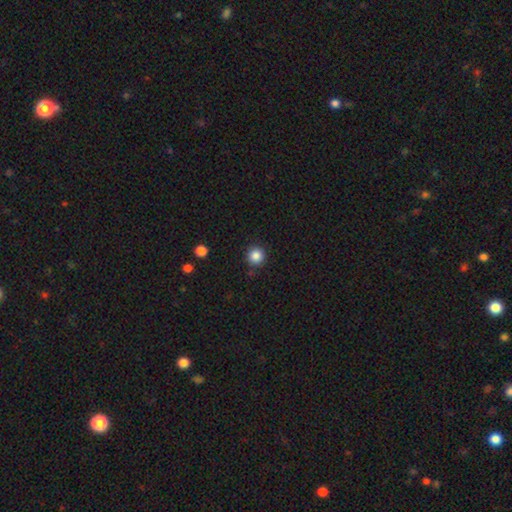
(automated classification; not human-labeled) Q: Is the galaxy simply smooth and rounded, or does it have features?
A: smooth — 86%.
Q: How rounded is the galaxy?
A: round — 95%.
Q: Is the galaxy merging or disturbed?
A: none — 89%.